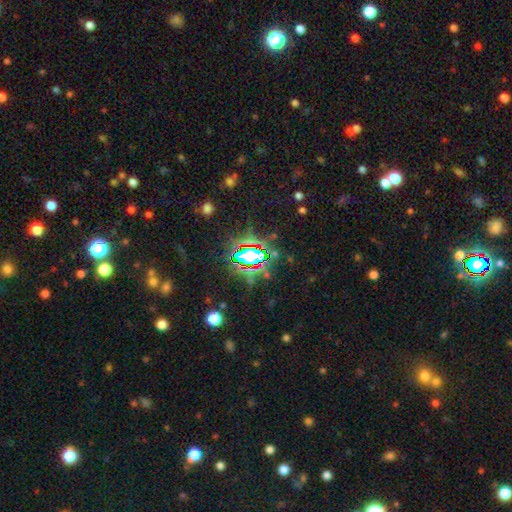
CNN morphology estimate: A star or artifact, not a galaxy (76%).